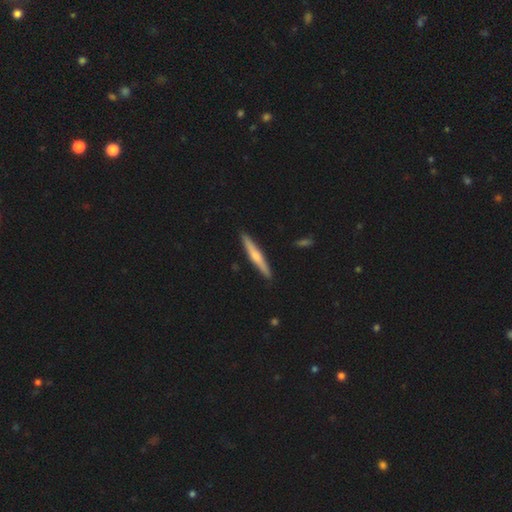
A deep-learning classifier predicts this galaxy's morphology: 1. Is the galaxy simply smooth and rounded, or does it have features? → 52% featured or disk, 43% smooth, 5% star or artifact.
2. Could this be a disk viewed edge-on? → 97% yes, 3% no.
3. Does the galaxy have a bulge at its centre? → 72% rounded, 19% none, 8% boxy.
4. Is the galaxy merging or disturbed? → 91% none, 6% minor disturbance, 1% merger, 1% major disturbance.